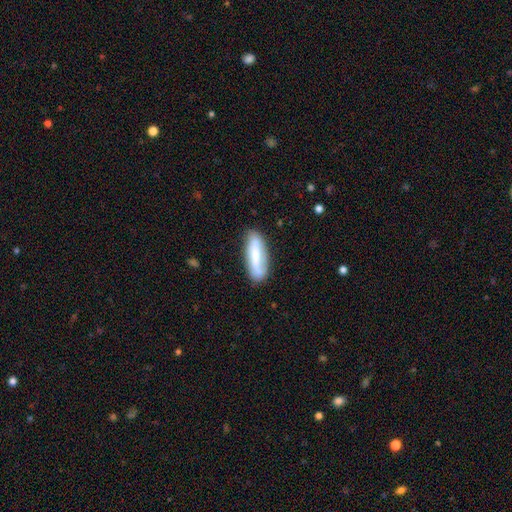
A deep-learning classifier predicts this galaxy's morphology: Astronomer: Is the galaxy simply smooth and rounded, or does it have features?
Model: smooth — 59% (runner-up: featured or disk, 35%).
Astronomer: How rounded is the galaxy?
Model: in between — 50% (runner-up: cigar-shaped, 48%).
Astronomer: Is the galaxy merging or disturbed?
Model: none — 77%.